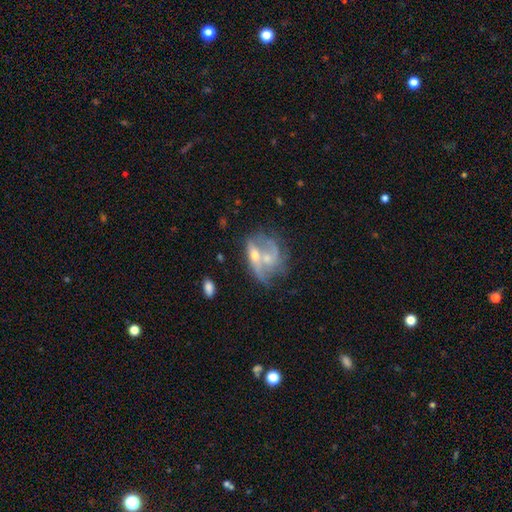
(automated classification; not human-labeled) Overall: featured or disk (70%). Edge-on disk: no (95%). Bar: no (64%; weak 27%). Spiral arms: yes (70%; no 30%). Bulge size: moderate (46%; small 42%). Merging: merger (48%; none 27%).